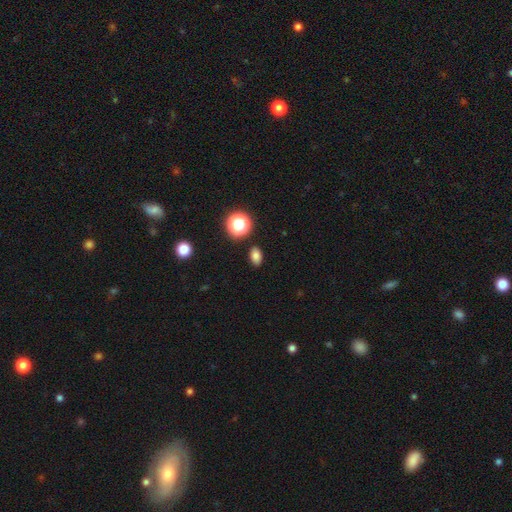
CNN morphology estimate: A smooth galaxy with no disk features (79%) that is in between round and cigar-shaped (79%). Merging: none (88%).